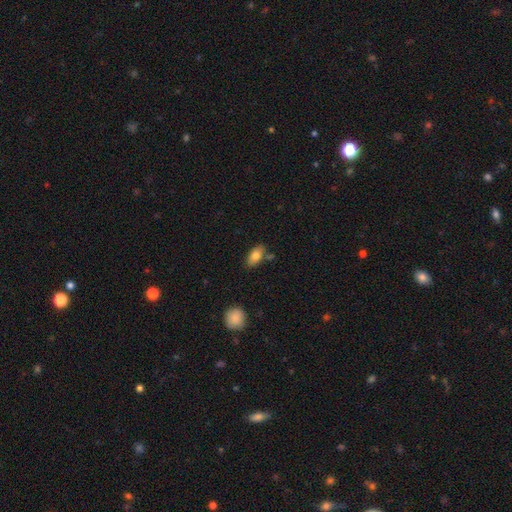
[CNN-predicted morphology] smooth 78%, featured or disk 15%, star or artifact 7%. Down the decision tree: how rounded — in between (89%); merging — none (75%).